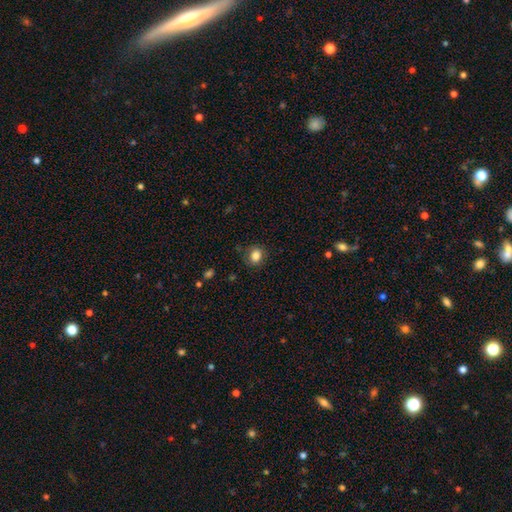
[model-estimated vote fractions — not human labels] Smooth or featured?
  - smooth: 84% *
  - star or artifact: 10%
  - featured or disk: 6%
How rounded?
  - round: 61% *
  - in between: 38%
  - cigar-shaped: 1%
Merging?
  - none: 83% *
  - minor disturbance: 12%
  - major disturbance: 3%
  - merger: 1%